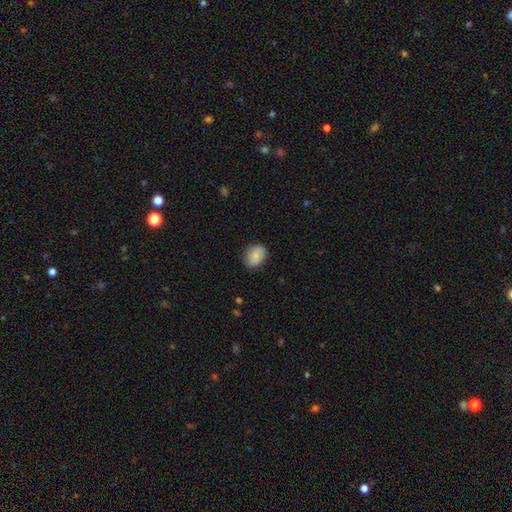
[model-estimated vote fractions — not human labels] A smooth galaxy with no disk features (83%) that is in between round and cigar-shaped (66%). Merging: none (82%).